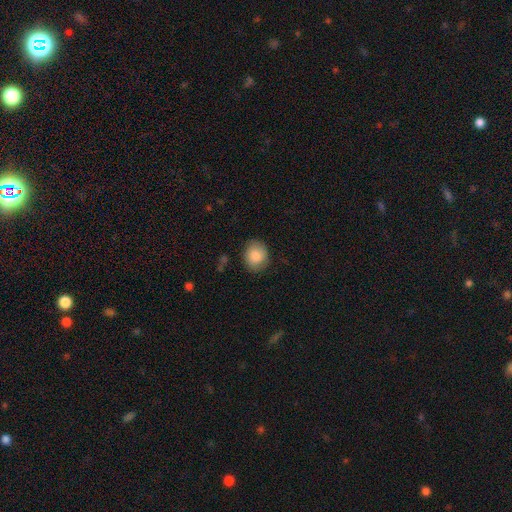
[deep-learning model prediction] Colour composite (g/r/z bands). It shows a smooth galaxy with no disk features (85%) that is round (60%). Merging: none (83%).